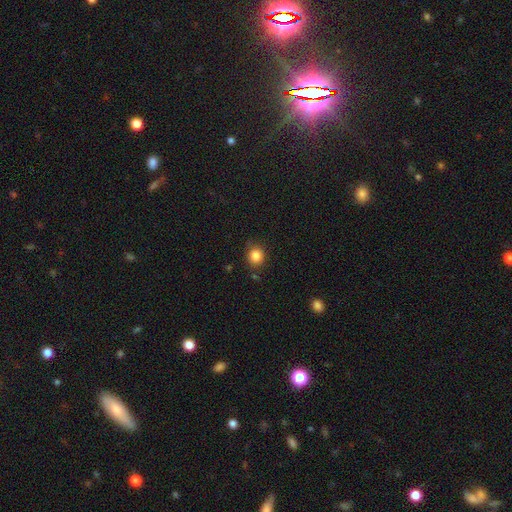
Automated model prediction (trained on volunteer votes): Smooth or featured? Predicted: smooth (p=0.85). How rounded? Predicted: round (p=0.81). Merging? Predicted: none (p=0.82).